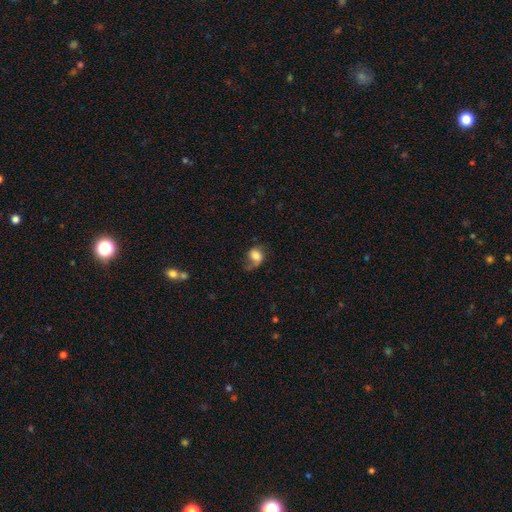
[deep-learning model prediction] A smooth galaxy with no disk features (70%) that is in between round and cigar-shaped (53%).

Vote fractions:
- Smooth or featured? smooth: 70% / featured or disk: 21% / star or artifact: 9%
- How rounded? in between: 53% / round: 46% / cigar-shaped: 1%
- Merging? none: 35% / major disturbance: 32% / minor disturbance: 30% / merger: 4%